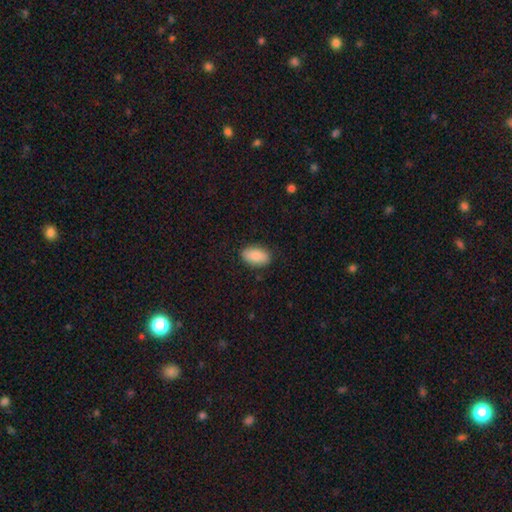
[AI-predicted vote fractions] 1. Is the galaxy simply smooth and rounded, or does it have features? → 88% smooth, 6% star or artifact, 6% featured or disk.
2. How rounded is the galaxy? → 93% in between, 4% round, 3% cigar-shaped.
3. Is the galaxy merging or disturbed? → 86% none, 10% minor disturbance, 2% major disturbance, 1% merger.